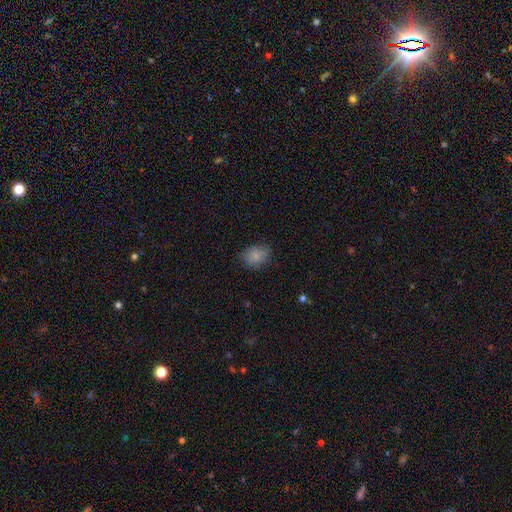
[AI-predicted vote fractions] smooth_or_featured: smooth (p=0.84) [alt: star or artifact p=0.08]
how_rounded: in between (p=0.64) [alt: round p=0.35]
merging: none (p=0.76) [alt: minor disturbance p=0.19]